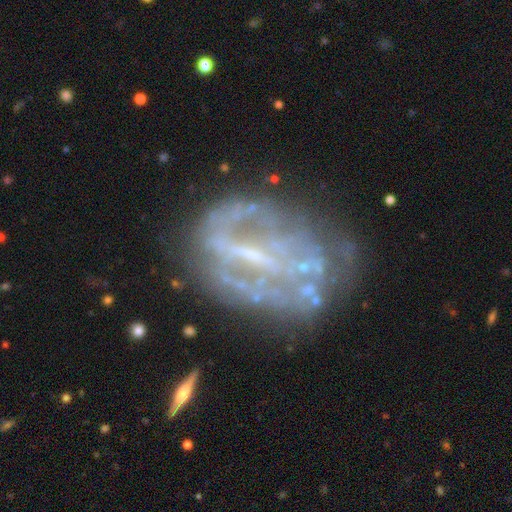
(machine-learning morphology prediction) The model was most divided on "bar": weak: 36%, strong: 34%, no: 30%. Remaining: edge-on disk — no (96%); smooth or featured — featured or disk (75%); spiral arms — no (62%); merging — none (48%); bulge size — none (44%).